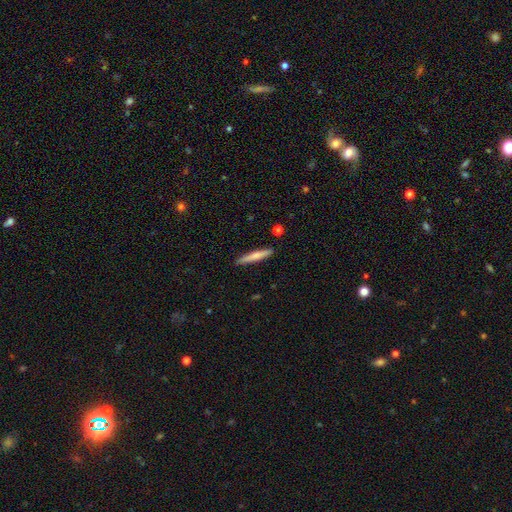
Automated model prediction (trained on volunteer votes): smooth 67%, featured or disk 27%, star or artifact 6%. Down the decision tree: how rounded — cigar-shaped (94%); merging — none (88%).